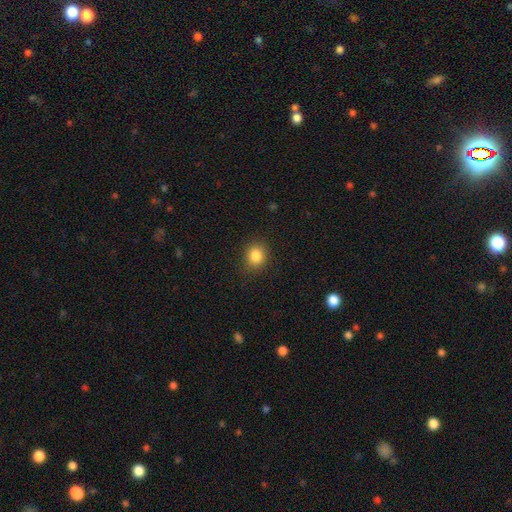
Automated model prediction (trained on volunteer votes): Overall: smooth (84%). How rounded: round (68%; in between 31%). Merging: none (87%).